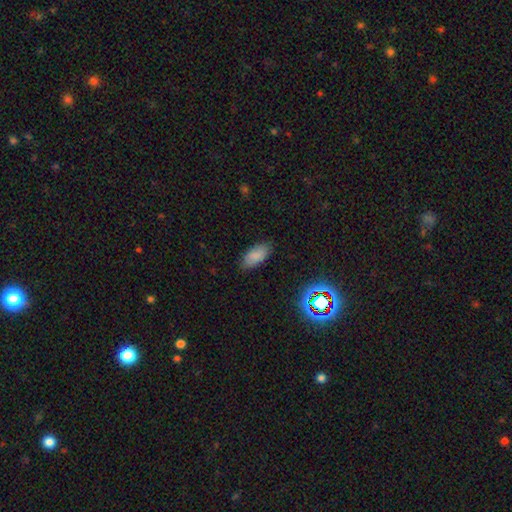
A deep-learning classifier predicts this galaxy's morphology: type=smooth (84%); roundness=in between (88%); merging=none (82%).